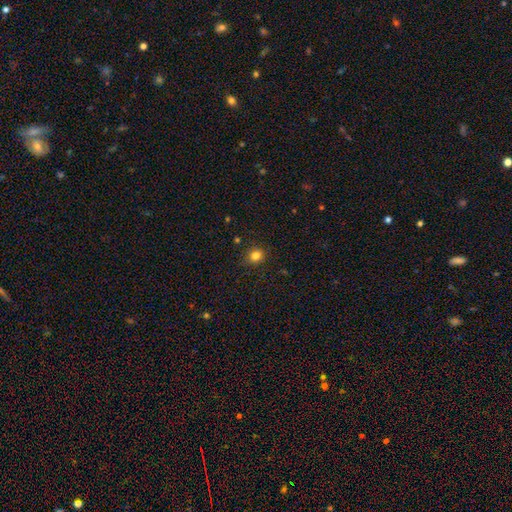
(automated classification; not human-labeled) A smooth galaxy with no disk features (82%) that is round (80%). Merging: none (86%).